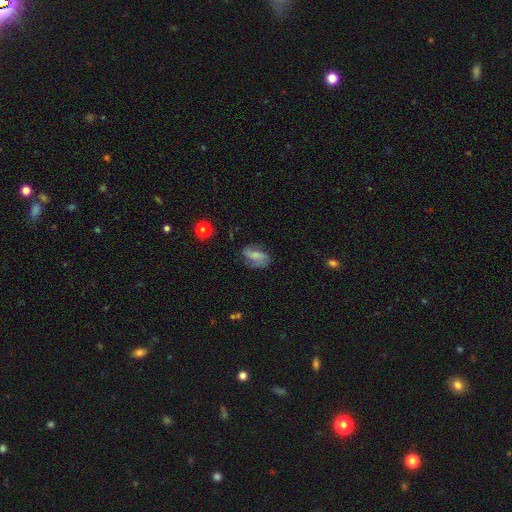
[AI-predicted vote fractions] Smooth or featured? Predicted: smooth (p=0.50). Merging? Predicted: none (p=0.62).